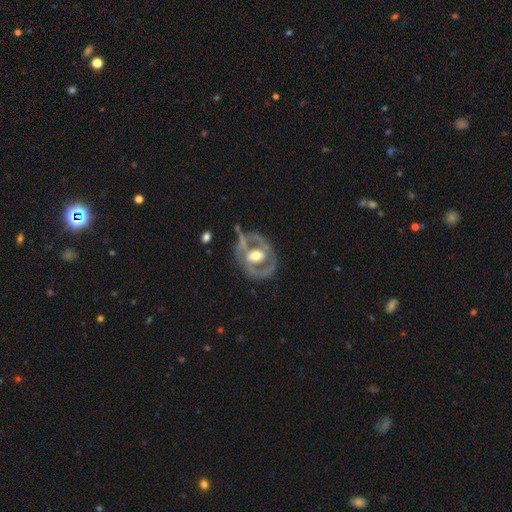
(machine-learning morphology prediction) Smooth or featured: featured or disk — 77% (smooth — 18%)
Edge-on disk: no — 95% (yes — 5%)
Bar: no — 47% (weak — 32%)
Spiral arms: yes — 58% (no — 42%)
Bulge size: moderate — 67% (large — 21%)
Merging: none — 58% (minor disturbance — 22%)